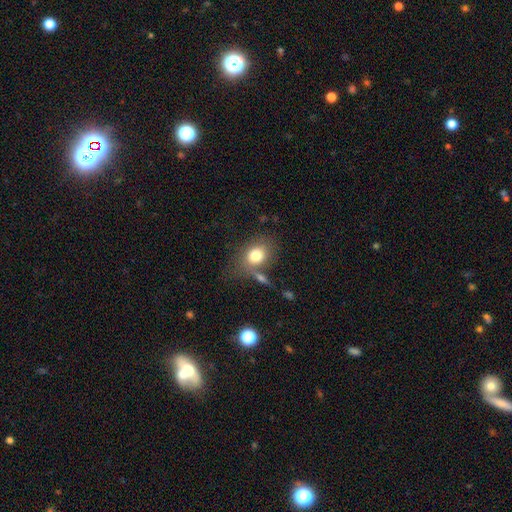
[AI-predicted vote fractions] A smooth galaxy with no disk features (77%) that is in between round and cigar-shaped (50%). Merging: none (58%).